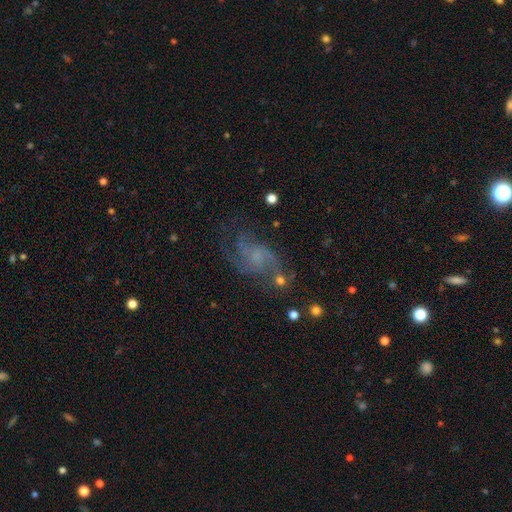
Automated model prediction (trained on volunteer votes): A featured or disk galaxy (70%) with no bar (68%), 2 (32%) medium (43%) spiral arms (88%) and no central bulge (40%).

Vote fractions:
- Smooth or featured? featured or disk: 70% / smooth: 18% / star or artifact: 12%
- Edge-on disk? no: 97% / yes: 3%
- Bar? no: 68% / weak: 28% / strong: 4%
- Spiral arms? yes: 88% / no: 12%
- Spiral winding? medium: 43% / loose: 38% / tight: 18%
- Spiral arm count? 2: 32% / can't tell: 25% / 3: 23% / 4: 8% / 1: 7% / more than 4: 5%
- Bulge size? none: 40% / small: 34% / moderate: 19% / large: 5% / dominant: 2%
- Merging? none: 53% / major disturbance: 23% / minor disturbance: 20% / merger: 5%